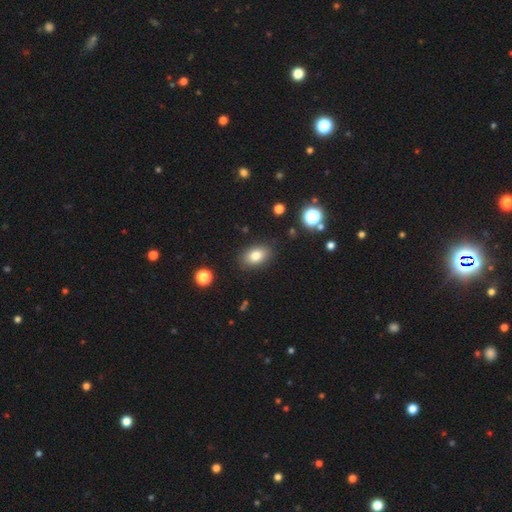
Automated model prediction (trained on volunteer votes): Smooth or featured? Predicted: smooth (p=0.82). How rounded? Predicted: in between (p=0.86). Merging? Predicted: none (p=0.86).